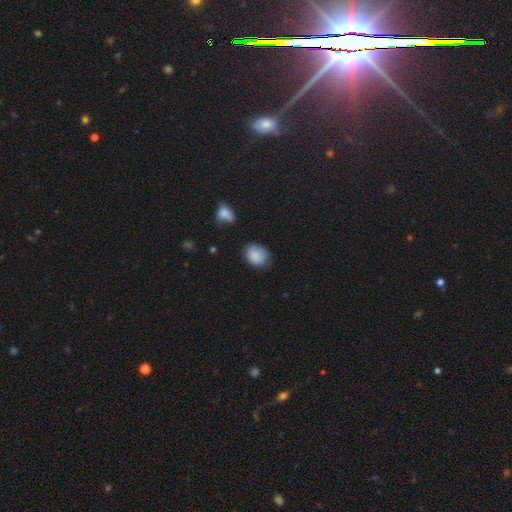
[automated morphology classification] smooth-or-featured: smooth: 87% | star or artifact: 8% | featured or disk: 5%
  how-rounded: round: 59% | in between: 40% | cigar-shaped: 1%
  merging: none: 71% | minor disturbance: 22% | major disturbance: 4% | merger: 2%